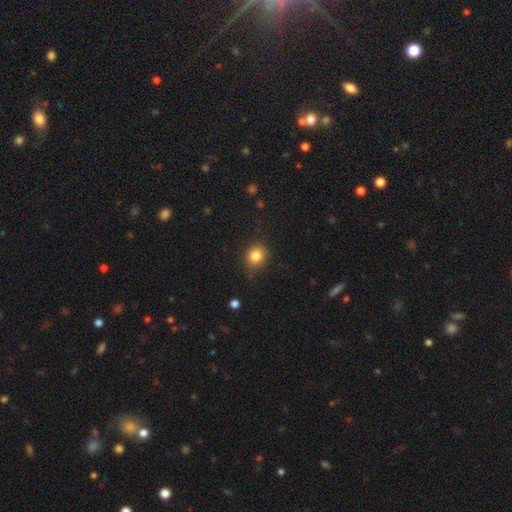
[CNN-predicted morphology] This appears to be a smooth galaxy with no disk features (83%) that is round (76%). Merging: none (77%).